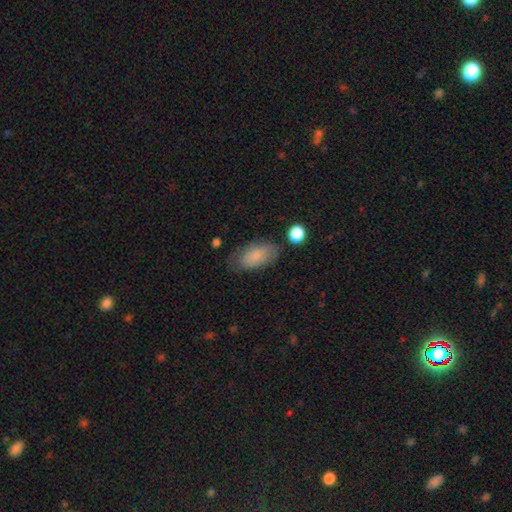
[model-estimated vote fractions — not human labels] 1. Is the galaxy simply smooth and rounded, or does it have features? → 80% smooth, 13% featured or disk, 7% star or artifact.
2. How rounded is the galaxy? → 93% in between, 4% cigar-shaped, 3% round.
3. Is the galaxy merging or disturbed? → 66% none, 23% minor disturbance, 7% major disturbance, 3% merger.